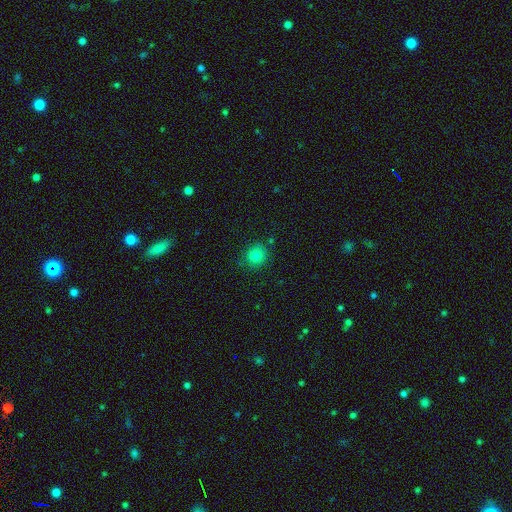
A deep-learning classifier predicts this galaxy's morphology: This is clearly a smooth galaxy (81%). How rounded: clearly round (84%). Merging: clearly none (84%).